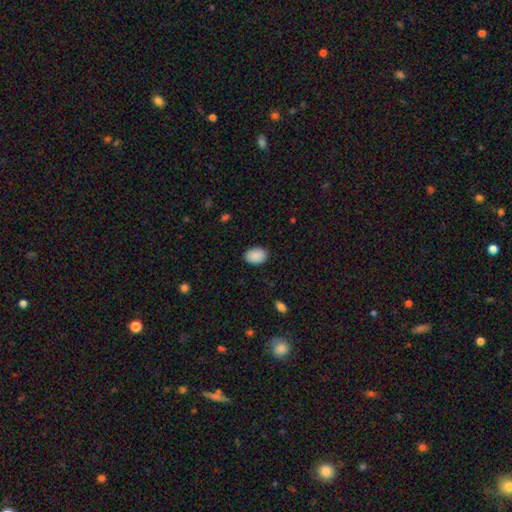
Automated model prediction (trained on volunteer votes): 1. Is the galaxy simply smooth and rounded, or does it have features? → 91% smooth, 7% star or artifact, 3% featured or disk.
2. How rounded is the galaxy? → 83% in between, 16% round, 1% cigar-shaped.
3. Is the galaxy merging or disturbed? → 88% none, 9% minor disturbance, 2% major disturbance, 1% merger.